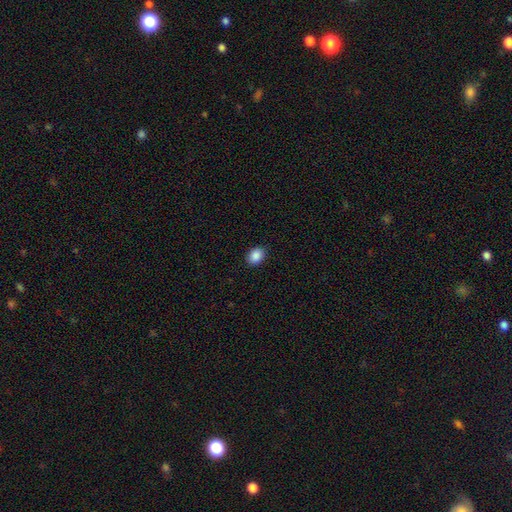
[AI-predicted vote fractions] Smooth or featured? smooth (89%)
How rounded? in between (62%)
Merging? none (89%)